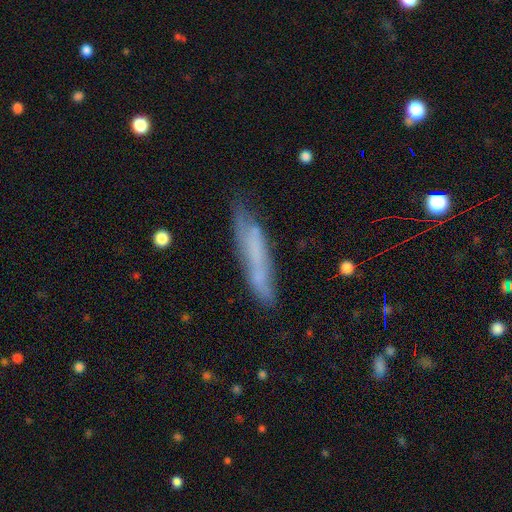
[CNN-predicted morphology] This appears to be a smooth galaxy with no disk features (51%) that is cigar-shaped (88%). Merging: none (68%).